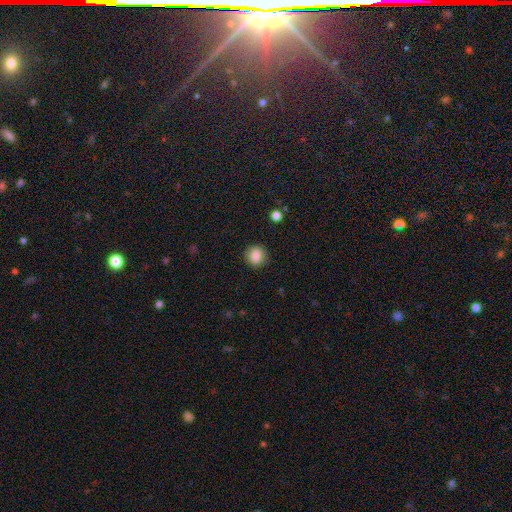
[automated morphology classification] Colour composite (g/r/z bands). It shows a smooth galaxy with no disk features (86%) that is round (86%). Merging: none (89%).